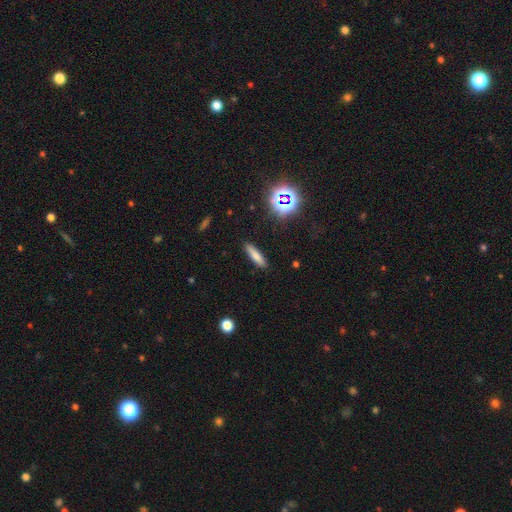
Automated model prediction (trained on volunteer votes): Smooth or featured? smooth (73%)
How rounded? cigar-shaped (76%)
Merging? none (88%)